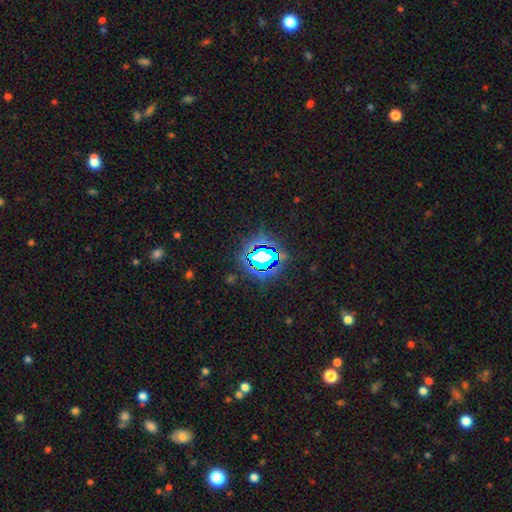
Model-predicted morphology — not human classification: Smooth or featured: star or artifact — 75% (smooth — 15%)